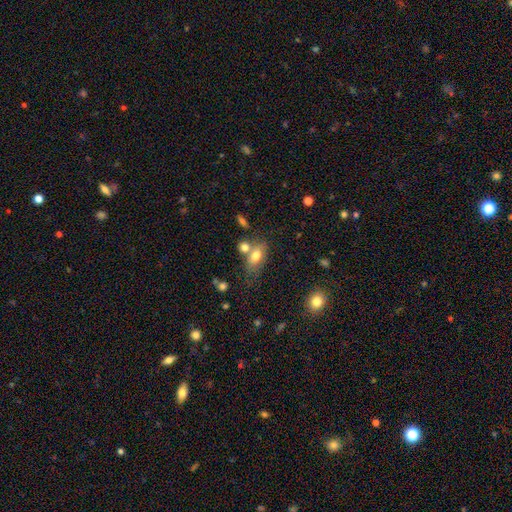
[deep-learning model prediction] The model was most divided on "merging": none: 48%, merger: 30%, minor disturbance: 16%, major disturbance: 6%. More confident: how rounded — in between (85%); smooth or featured — smooth (73%).